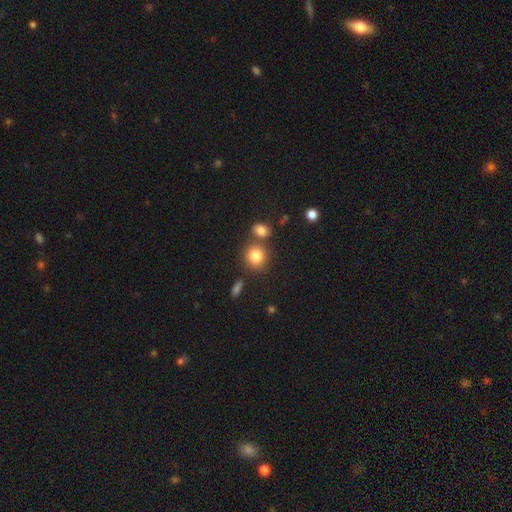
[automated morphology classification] Smooth or featured?
  - smooth: 83% *
  - star or artifact: 10%
  - featured or disk: 7%
How rounded?
  - round: 83% *
  - in between: 16%
  - cigar-shaped: 1%
Merging?
  - none: 67% *
  - merger: 20%
  - minor disturbance: 10%
  - major disturbance: 3%